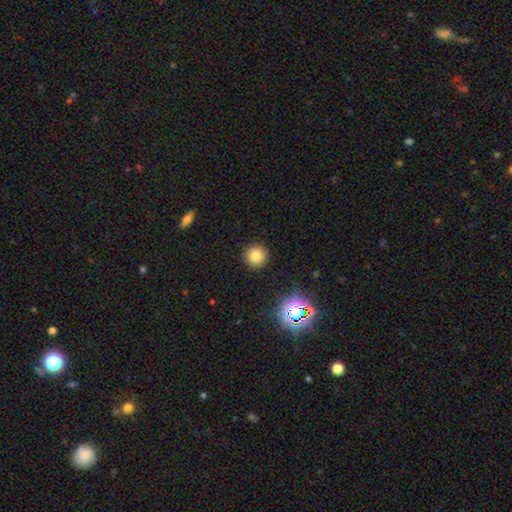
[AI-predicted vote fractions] The model was most divided on "smooth or featured": smooth: 79%, star or artifact: 15%, featured or disk: 6%. More confident: how rounded — round (95%); merging — none (91%).